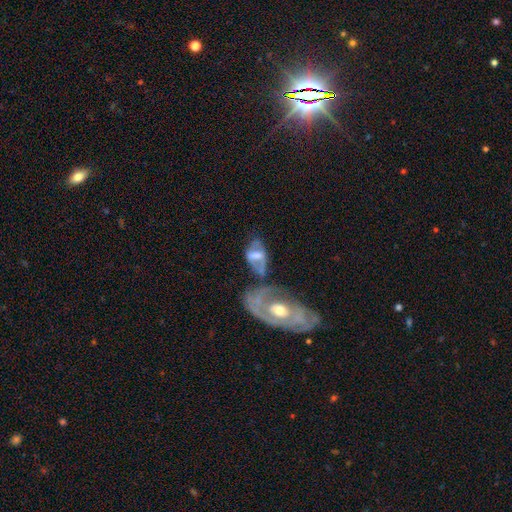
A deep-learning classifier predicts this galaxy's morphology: A featured or disk galaxy (59%) with no bar (41%), no spiral arms (51%) and a moderate central bulge (48%). Merging: merger (36%).